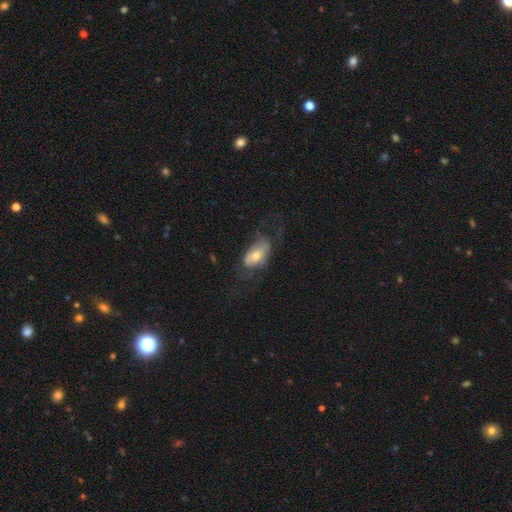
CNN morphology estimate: type=smooth (48%); merging=none (51%).